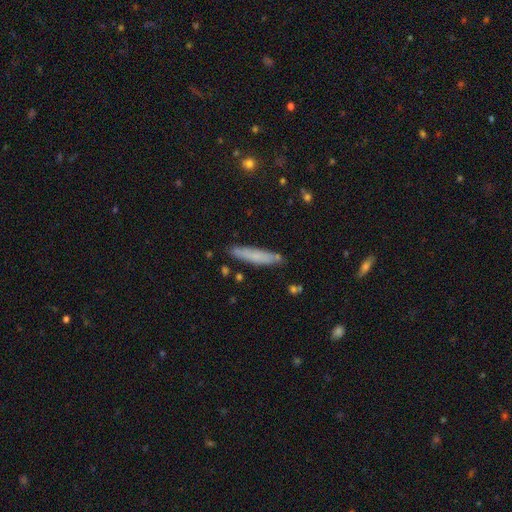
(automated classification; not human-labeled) smooth_or_featured: smooth (p=0.66) [alt: featured or disk p=0.26]
how_rounded: cigar-shaped (p=0.88) [alt: in between p=0.11]
merging: none (p=0.82) [alt: minor disturbance p=0.13]